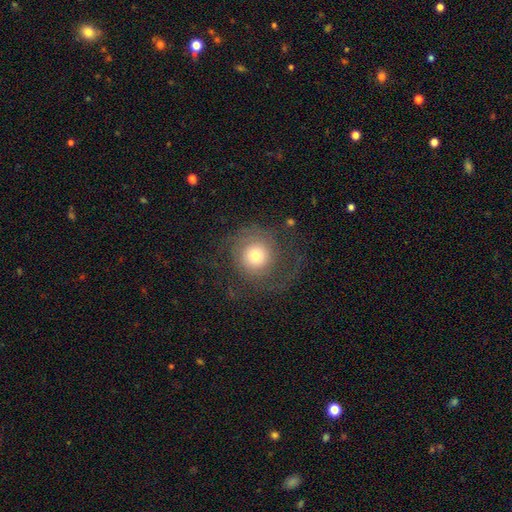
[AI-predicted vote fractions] A featured or disk galaxy (53%) with no bar (82%), spiral arms (81%) and a moderate central bulge (48%).

Vote fractions:
- Smooth or featured? featured or disk: 53% / smooth: 37% / star or artifact: 9%
- Edge-on disk? no: 97% / yes: 3%
- Bar? no: 82% / weak: 14% / strong: 3%
- Spiral arms? yes: 81% / no: 19%
- Bulge size? moderate: 48% / small: 29% / large: 17% / dominant: 5% / none: 1%
- Merging? none: 65% / major disturbance: 20% / minor disturbance: 14% / merger: 1%